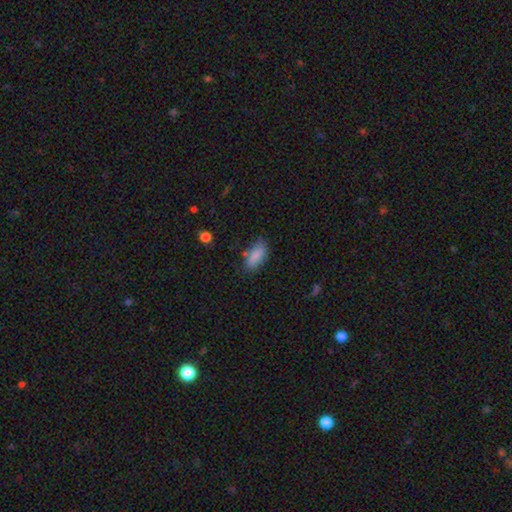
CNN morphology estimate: Overall: smooth (85%). How rounded: in between (87%). Merging: none (69%).